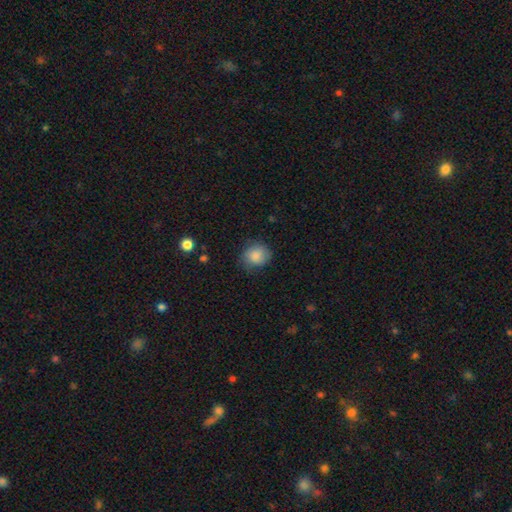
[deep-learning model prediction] Morphology: type=smooth (85%); roundness=round (79%); merging=none (73%).